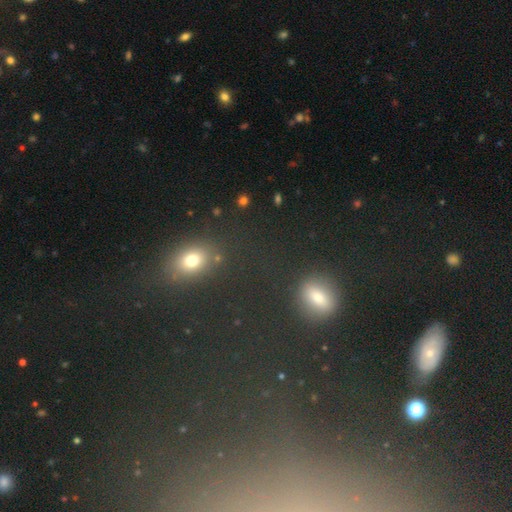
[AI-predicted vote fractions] This appears to be a smooth galaxy with no disk features (60%) that is in between round and cigar-shaped (69%). Merging: none (77%).